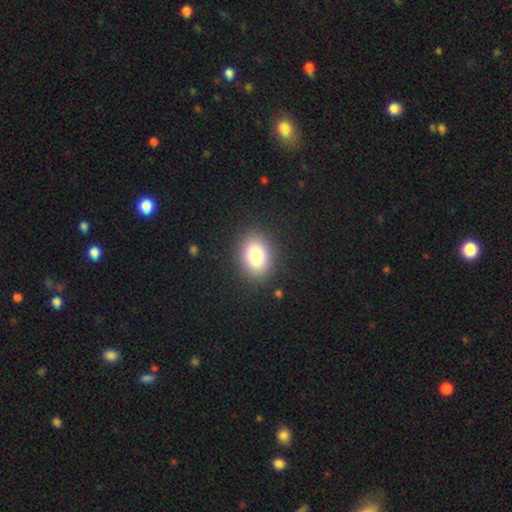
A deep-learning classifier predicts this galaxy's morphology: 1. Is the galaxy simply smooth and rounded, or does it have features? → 79% smooth, 11% star or artifact, 10% featured or disk.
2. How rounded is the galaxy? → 62% in between, 37% round, 1% cigar-shaped.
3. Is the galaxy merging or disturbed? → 89% none, 7% minor disturbance, 3% major disturbance, 1% merger.